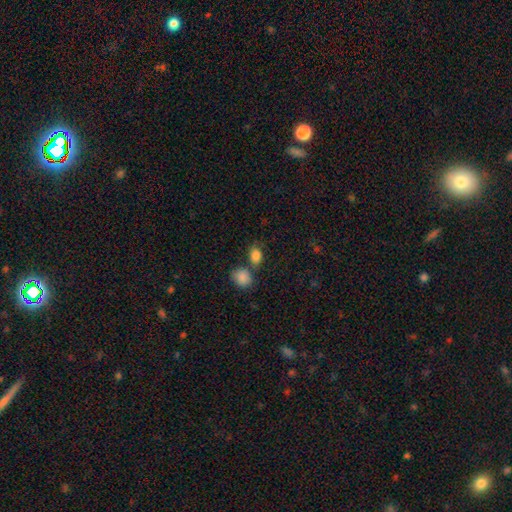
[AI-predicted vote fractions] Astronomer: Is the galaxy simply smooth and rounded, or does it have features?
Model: smooth — 85%.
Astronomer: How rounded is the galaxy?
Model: in between — 73%.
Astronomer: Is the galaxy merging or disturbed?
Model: none — 53%.